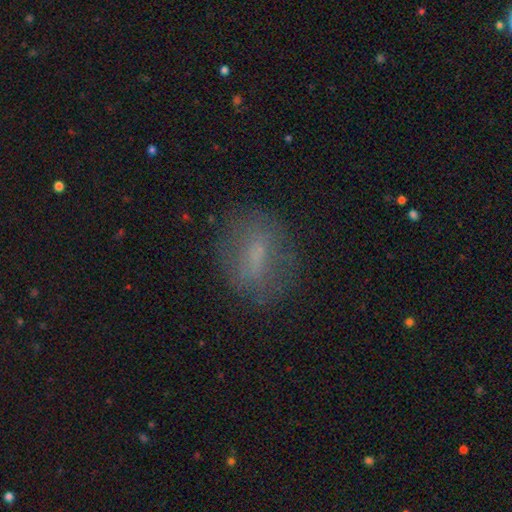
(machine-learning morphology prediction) A smooth galaxy with no disk features (58%) that is in between round and cigar-shaped (62%). Merging: none (75%).